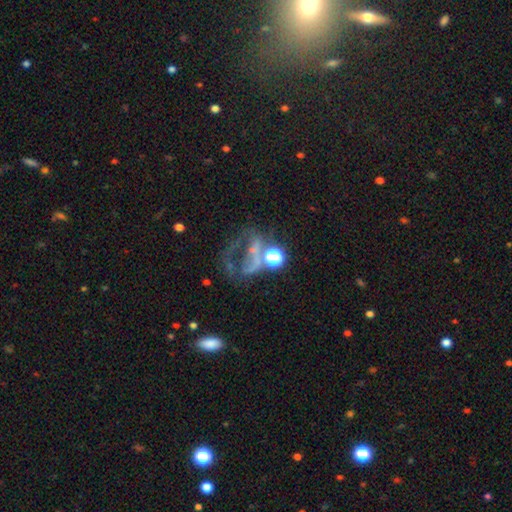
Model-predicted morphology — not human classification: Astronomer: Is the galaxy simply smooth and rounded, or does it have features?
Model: featured or disk — 43% (runner-up: star or artifact, 32%).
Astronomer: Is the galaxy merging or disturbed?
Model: major disturbance — 41% (runner-up: none, 30%).